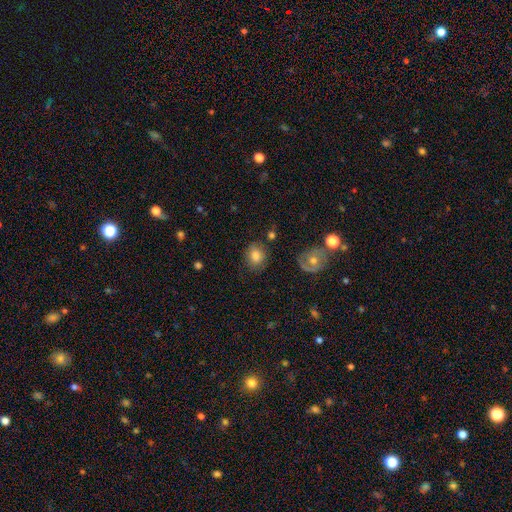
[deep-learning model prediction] Q: Smooth or featured?
A: smooth (81%); runner-up: featured or disk (11%)
Q: How rounded?
A: round (59%); runner-up: in between (40%)
Q: Merging?
A: none (80%); runner-up: minor disturbance (14%)